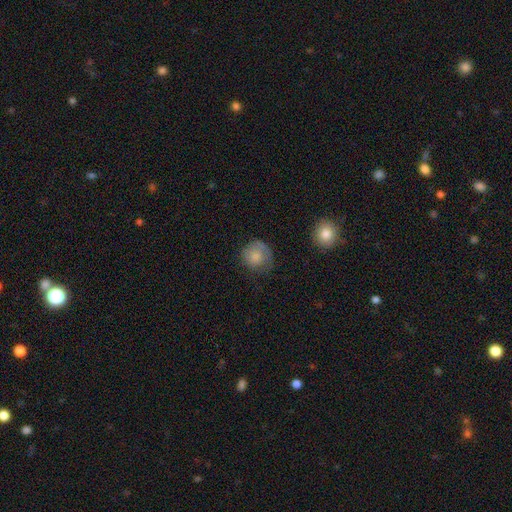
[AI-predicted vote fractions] smooth-or-featured: smooth: 73% | featured or disk: 19% | star or artifact: 8%
  how-rounded: round: 87% | in between: 12% | cigar-shaped: 1%
  merging: none: 59% | minor disturbance: 24% | major disturbance: 14% | merger: 2%